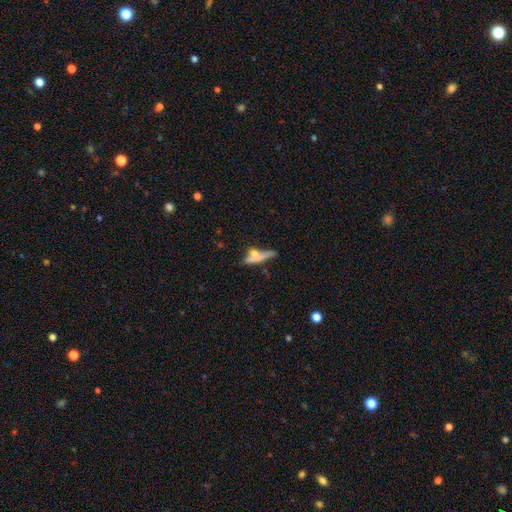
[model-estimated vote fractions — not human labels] The model was most divided on "merging": none: 40%, merger: 28%, minor disturbance: 18%, major disturbance: 13%. More confident: how rounded — cigar-shaped (69%); smooth or featured — smooth (55%).